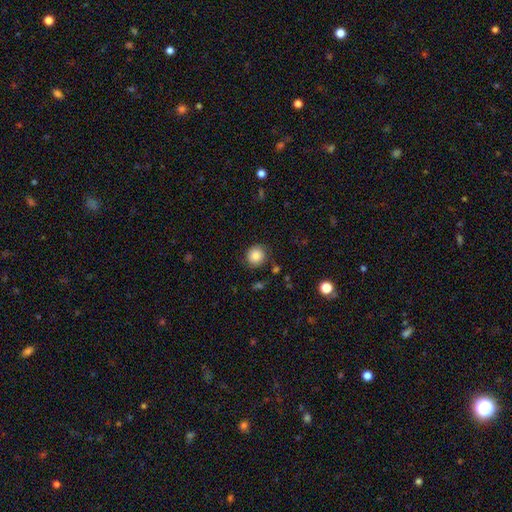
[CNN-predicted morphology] smooth 84%, star or artifact 9%, featured or disk 7%. Down the decision tree: how rounded — round (89%); merging — none (83%).